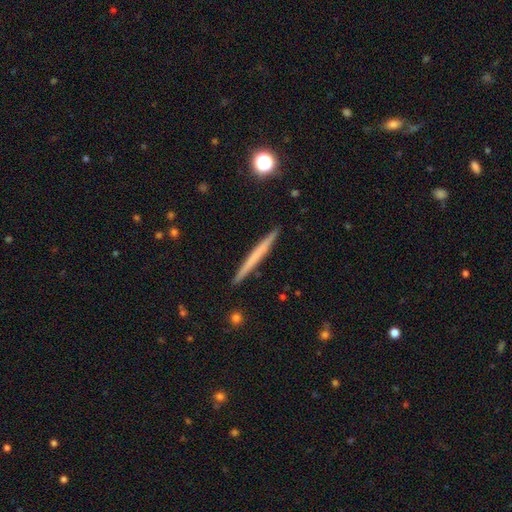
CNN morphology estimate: Overall: smooth (51%; featured or disk 43%). How rounded: cigar-shaped (97%). Merging: none (92%).